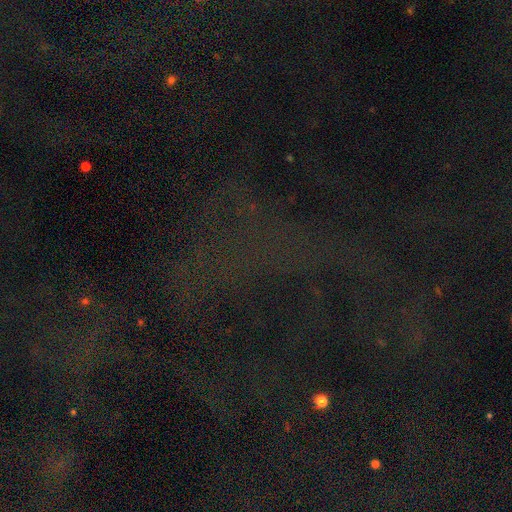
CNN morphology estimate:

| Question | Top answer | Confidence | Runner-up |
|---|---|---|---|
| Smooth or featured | star or artifact | 74% | smooth (14%) |